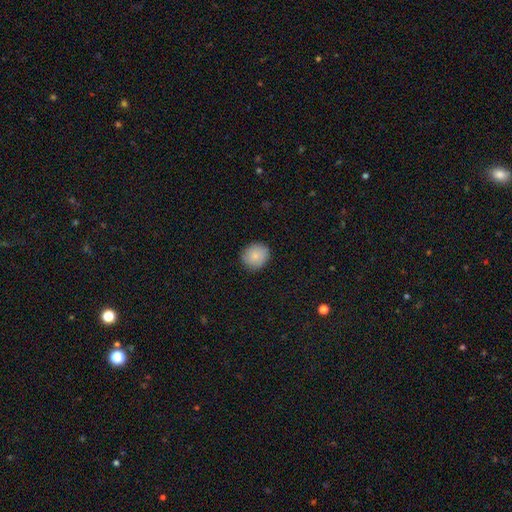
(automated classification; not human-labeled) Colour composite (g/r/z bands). It shows a smooth galaxy with no disk features (82%) that is round (80%). Merging: none (85%).